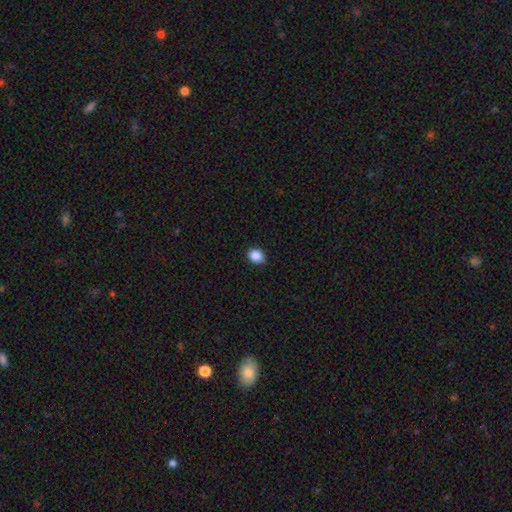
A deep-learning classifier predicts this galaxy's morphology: Q: Smooth or featured?
A: smooth (88%); runner-up: star or artifact (9%)
Q: How rounded?
A: in between (53%); runner-up: round (46%)
Q: Merging?
A: none (88%); runner-up: minor disturbance (9%)